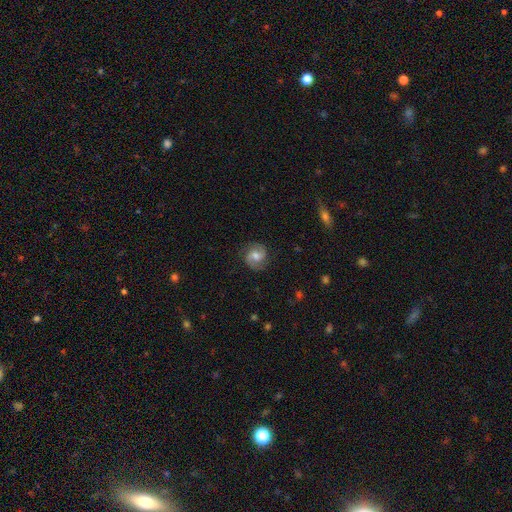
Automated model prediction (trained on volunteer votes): featured or disk 71%, smooth 21%, star or artifact 7%. Down the decision tree: edge-on disk — no (98%); bar — no (49%); spiral arms — yes (94%); spiral arm count — 2 (90%); spiral winding — medium (50%); bulge size — moderate (69%); merging — none (83%).